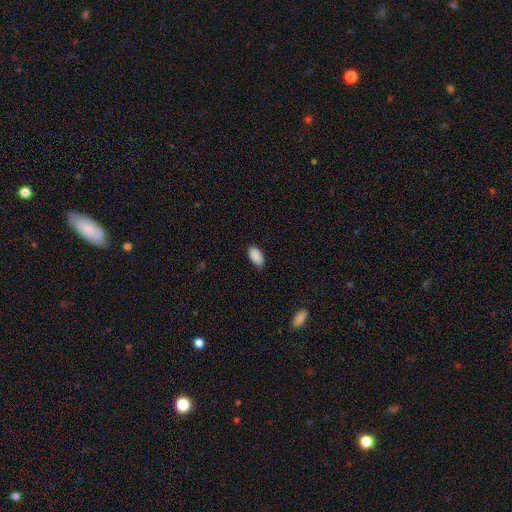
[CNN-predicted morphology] smooth 90%, star or artifact 7%, featured or disk 3%. Down the decision tree: how rounded — in between (94%); merging — none (83%).